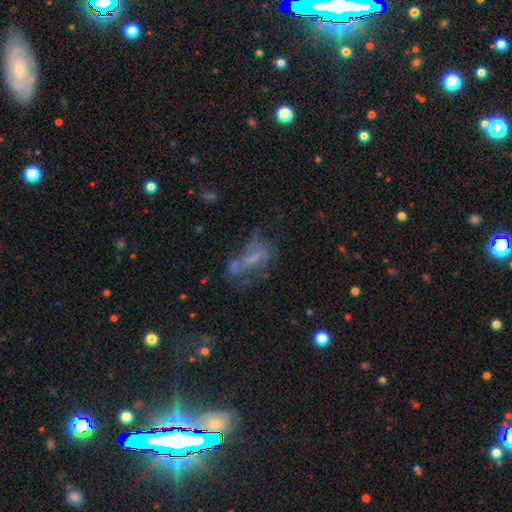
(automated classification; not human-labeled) Smooth or featured? Predicted: featured or disk (p=0.48). Merging? Predicted: major disturbance (p=0.30, tied with none).